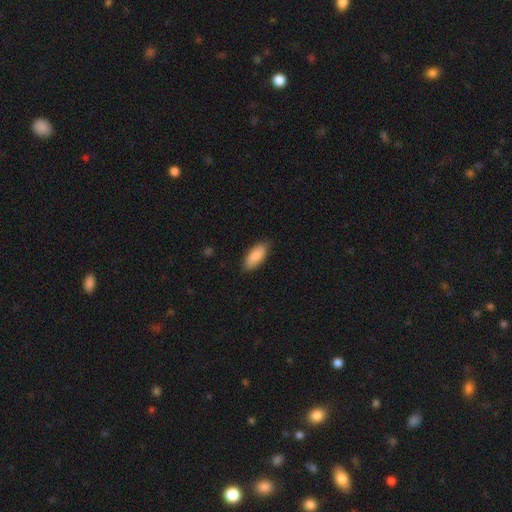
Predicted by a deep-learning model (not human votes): Smooth or featured? smooth (86%)
How rounded? in between (84%)
Merging? none (85%)